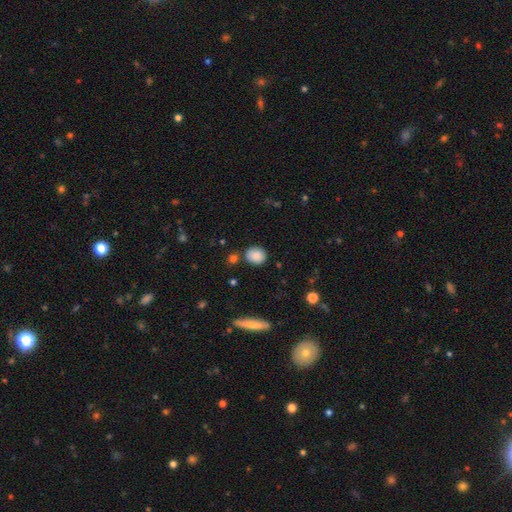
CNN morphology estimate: Smooth or featured? smooth (86%)
How rounded? round (68%)
Merging? none (81%)